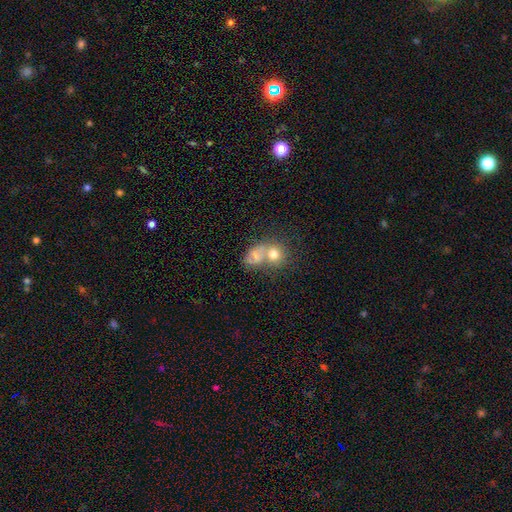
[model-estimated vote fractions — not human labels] Overall: smooth (63%; featured or disk 25%). How rounded: round (50%; in between 48%). Merging: merger (54%; none 28%).